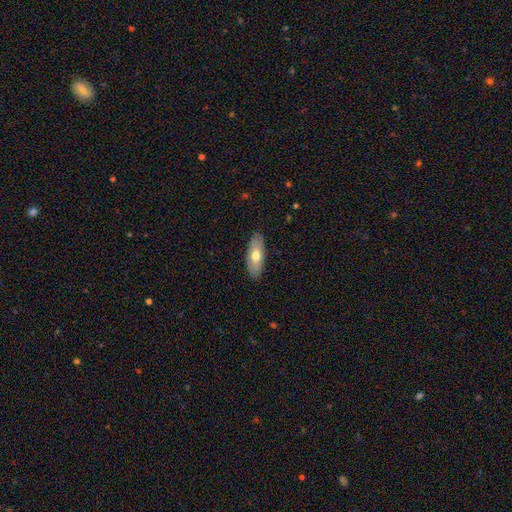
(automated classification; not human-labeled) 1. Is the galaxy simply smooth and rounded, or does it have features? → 66% smooth, 28% featured or disk, 6% star or artifact.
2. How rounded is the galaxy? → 80% in between, 18% cigar-shaped, 3% round.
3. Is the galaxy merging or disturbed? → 87% none, 10% minor disturbance, 2% major disturbance, 1% merger.